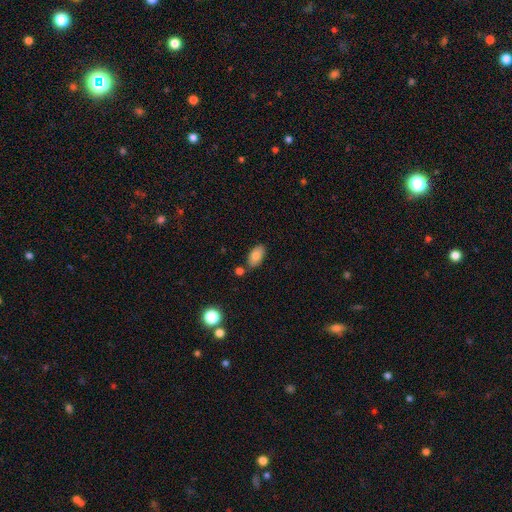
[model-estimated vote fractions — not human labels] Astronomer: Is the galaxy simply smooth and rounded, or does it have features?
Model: smooth — 79%.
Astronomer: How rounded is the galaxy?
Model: in between — 93%.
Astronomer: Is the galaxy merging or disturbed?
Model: none — 76%.